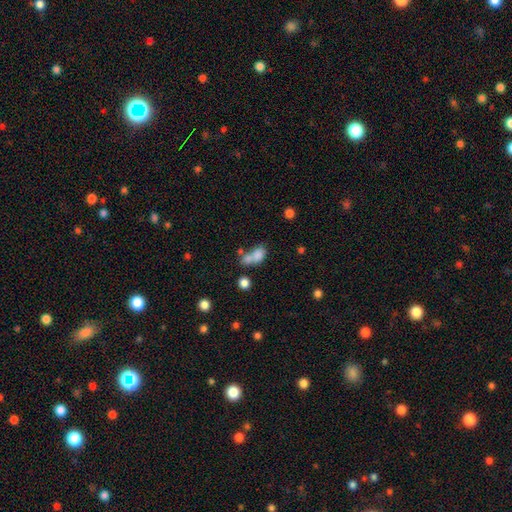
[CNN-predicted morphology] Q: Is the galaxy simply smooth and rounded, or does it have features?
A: smooth — 75%.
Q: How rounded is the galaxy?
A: in between — 71%.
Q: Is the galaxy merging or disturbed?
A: merger — 57%.